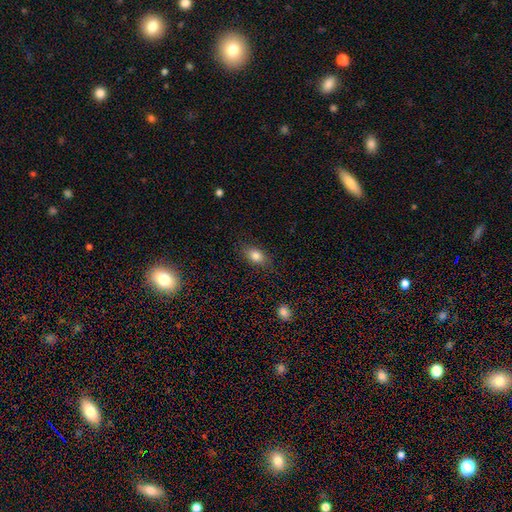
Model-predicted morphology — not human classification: Smooth or featured?
  - smooth: 82% *
  - featured or disk: 9%
  - star or artifact: 9%
How rounded?
  - in between: 81% *
  - round: 15%
  - cigar-shaped: 4%
Merging?
  - none: 80% *
  - minor disturbance: 14%
  - major disturbance: 4%
  - merger: 1%